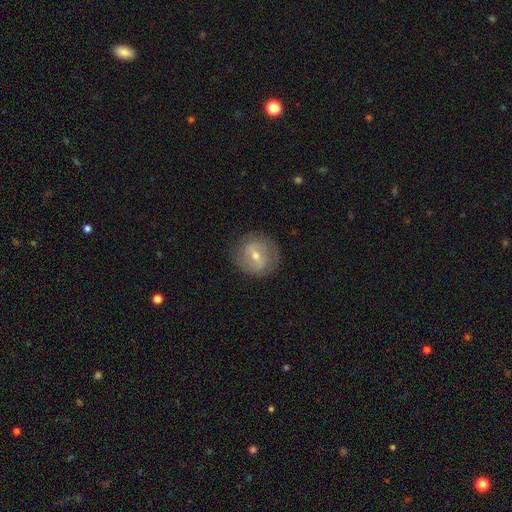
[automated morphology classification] The model was most divided on "bulge size": small: 50%, moderate: 47%, large: 2%, none: 1%, dominant: 1%. Remaining: edge-on disk — no (94%); merging — none (82%); smooth or featured — featured or disk (59%); spiral arms — yes (55%); bar — weak (46%).